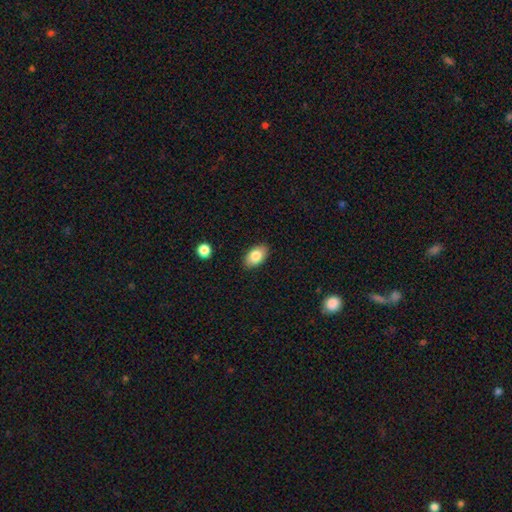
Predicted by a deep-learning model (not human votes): This appears to be a smooth galaxy with no disk features (82%) that is in between round and cigar-shaped (91%). Merging: none (88%).